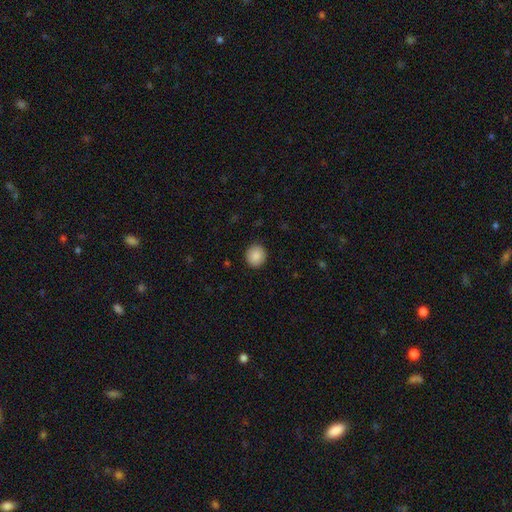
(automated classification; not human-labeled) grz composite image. It shows a smooth galaxy with no disk features (88%) that is round (90%). Merging: none (91%).